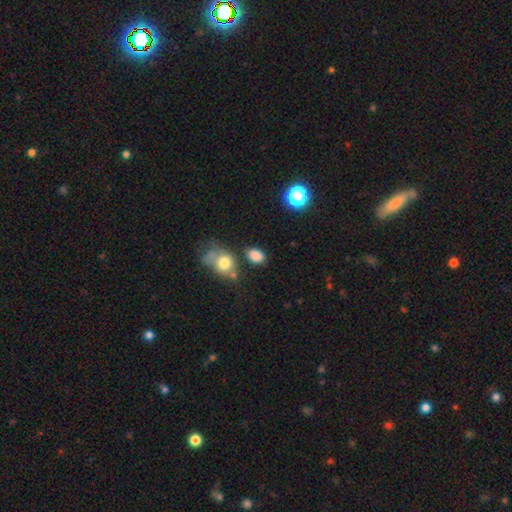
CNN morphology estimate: smooth-or-featured: smooth: 82% | star or artifact: 11% | featured or disk: 6%
  how-rounded: in between: 78% | round: 21% | cigar-shaped: 2%
  merging: none: 66% | minor disturbance: 17% | merger: 11% | major disturbance: 7%